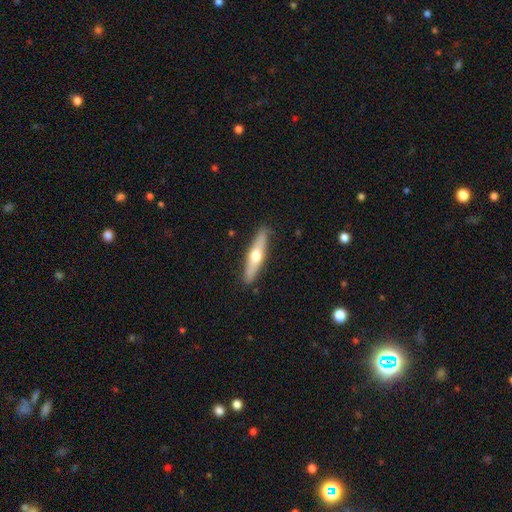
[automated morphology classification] Smooth or featured? smooth (48%)
Merging? none (88%)